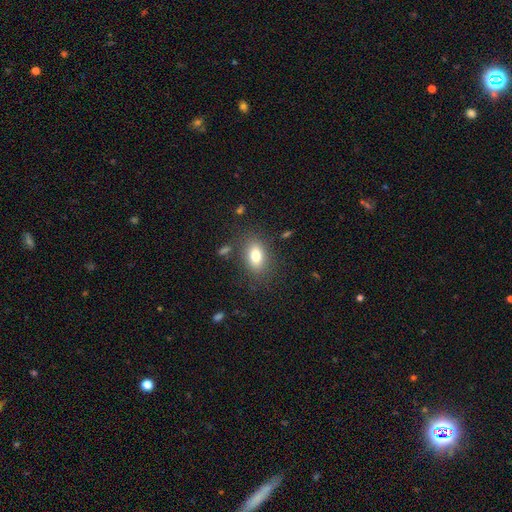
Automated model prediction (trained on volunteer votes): smooth_or_featured: smooth (p=0.80) [alt: featured or disk p=0.11]
how_rounded: in between (p=0.85) [alt: round p=0.13]
merging: none (p=0.81) [alt: minor disturbance p=0.12]